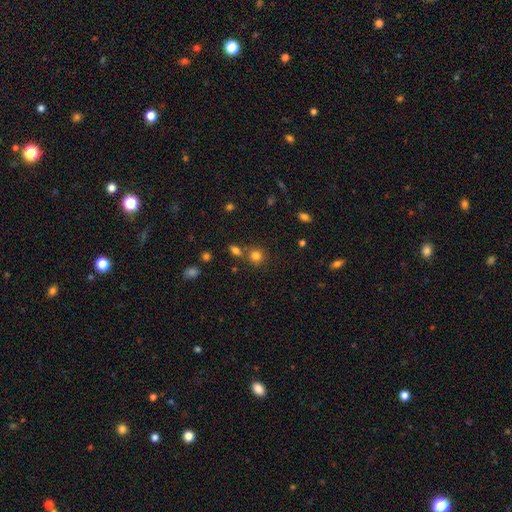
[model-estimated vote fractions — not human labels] This is likely a smooth galaxy (80%). How rounded: clearly round (86%). Merging: likely none (68%).